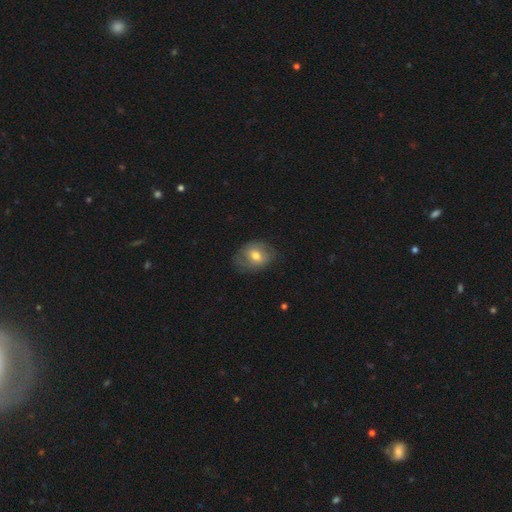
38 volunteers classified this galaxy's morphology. smooth-or-featured: smooth: 71% | featured or disk: 21% | star or artifact: 8%
  how-rounded: in between: 56% | round: 44% | cigar-shaped: 0%
  merging: none: 63% | minor disturbance: 23% | major disturbance: 14% | merger: 0%